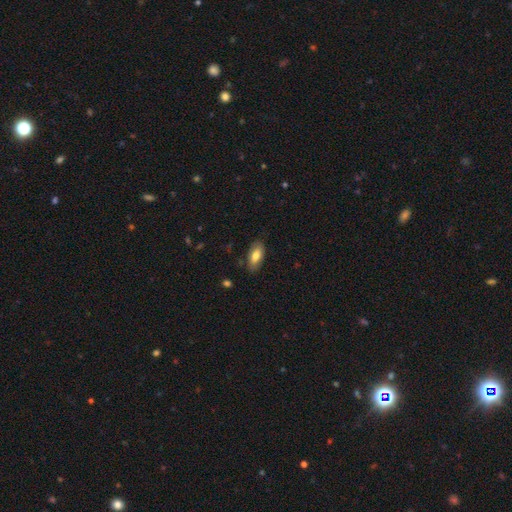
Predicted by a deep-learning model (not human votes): Morphology: type=smooth (75%); roundness=in between (89%); merging=none (83%).